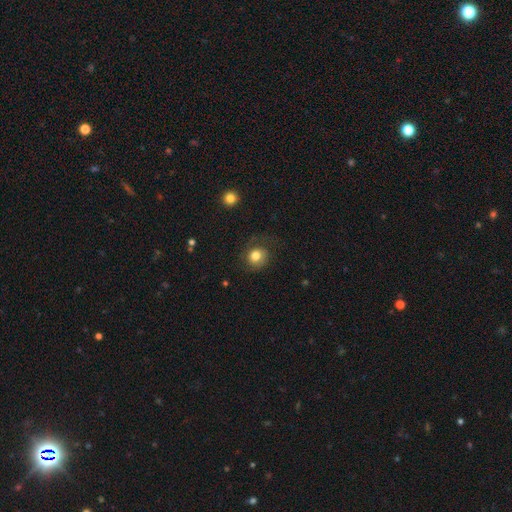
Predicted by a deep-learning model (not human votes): The model was most divided on "merging": none: 65%, minor disturbance: 18%, major disturbance: 16%, merger: 1%. More confident: how rounded — round (80%); smooth or featured — smooth (73%).